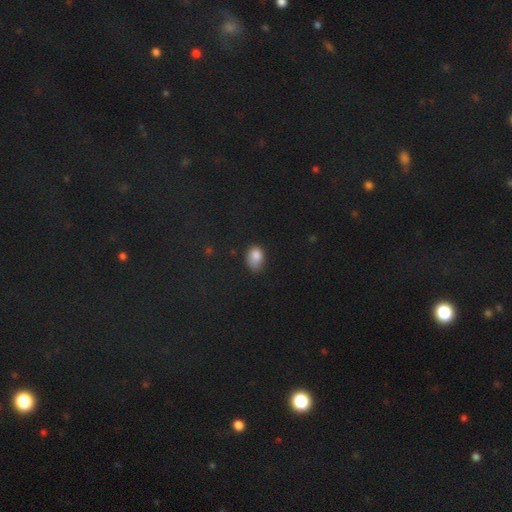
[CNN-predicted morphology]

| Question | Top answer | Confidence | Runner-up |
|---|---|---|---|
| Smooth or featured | smooth | 82% | star or artifact (10%) |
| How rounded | in between | 71% | round (28%) |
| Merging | none | 43% | minor disturbance (40%) |